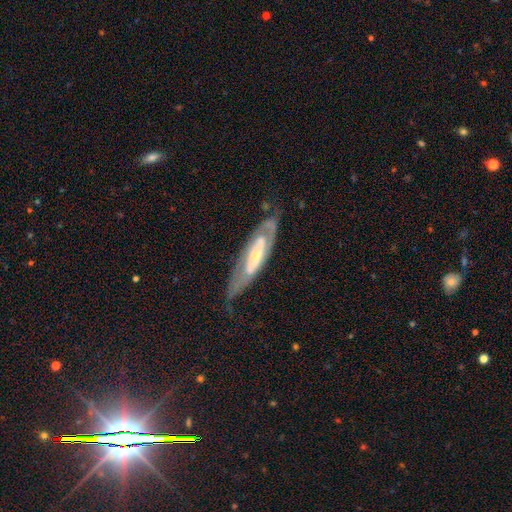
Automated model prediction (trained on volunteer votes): This is likely a featured or disk galaxy (74%). It is likely not viewed edge-on (75%). Bar: possibly no (47%). Spiral arm pattern: likely yes (72%). Central bulge: possibly small (49%). Merging: likely none (60%).